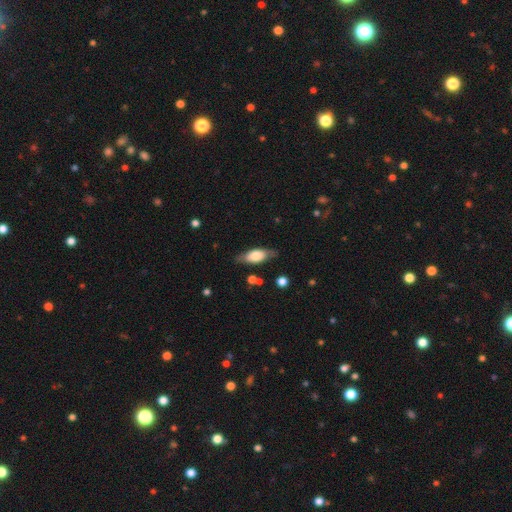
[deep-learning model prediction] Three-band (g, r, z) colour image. It shows a smooth galaxy with no disk features (65%) that is in between round and cigar-shaped (80%). Merging: none (75%).